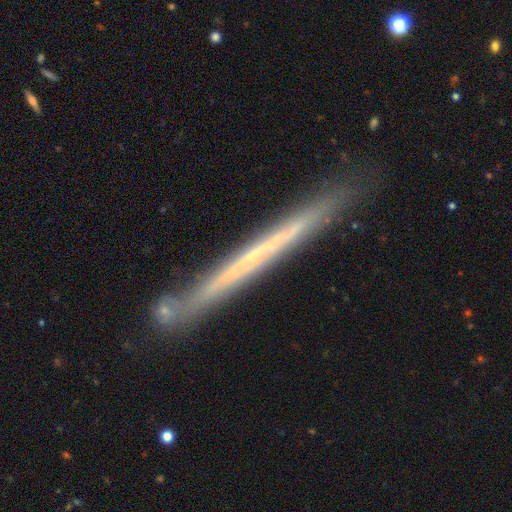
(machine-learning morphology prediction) Smooth or featured? featured or disk (65%)
Edge-on disk? yes (96%)
Edge-on bulge? none (89%)
Merging? none (83%)